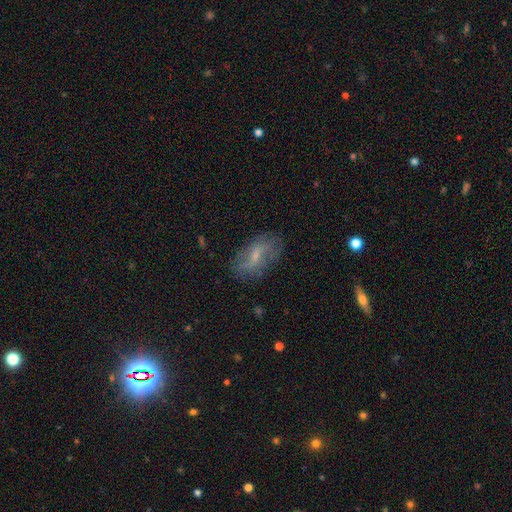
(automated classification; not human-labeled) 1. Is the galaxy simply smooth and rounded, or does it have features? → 53% featured or disk, 38% smooth, 9% star or artifact.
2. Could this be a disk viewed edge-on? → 91% no, 9% yes.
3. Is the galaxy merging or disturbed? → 68% none, 21% minor disturbance, 10% major disturbance, 2% merger.